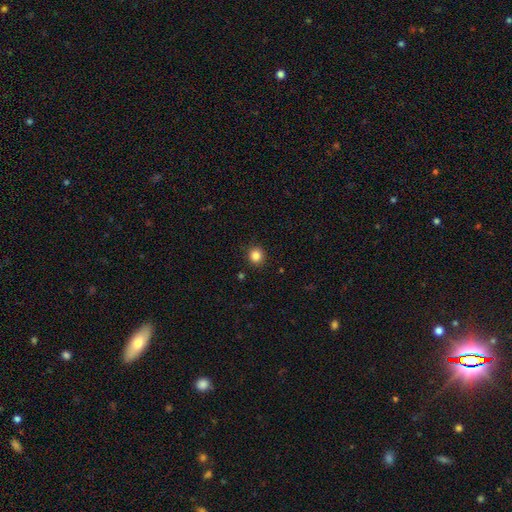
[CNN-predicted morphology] Smooth or featured: smooth — 84% (star or artifact — 11%)
How rounded: round — 91% (in between — 8%)
Merging: none — 92% (minor disturbance — 6%)